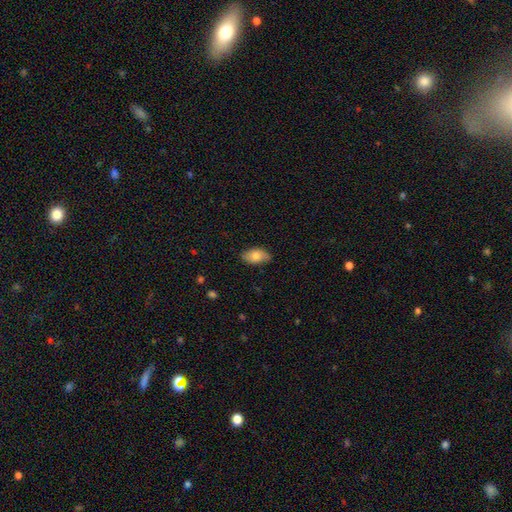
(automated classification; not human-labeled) Morphology: type=smooth (78%); roundness=in between (93%); merging=none (79%).